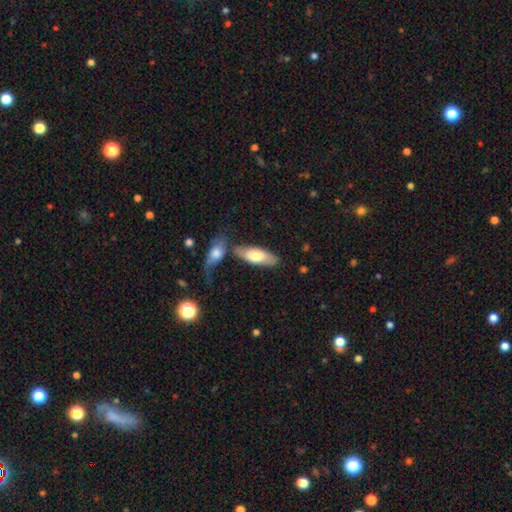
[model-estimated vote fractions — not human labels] smooth-or-featured: smooth: 66% | featured or disk: 29% | star or artifact: 5%
  how-rounded: in between: 73% | cigar-shaped: 25% | round: 2%
  merging: none: 62% | merger: 19% | minor disturbance: 14% | major disturbance: 5%